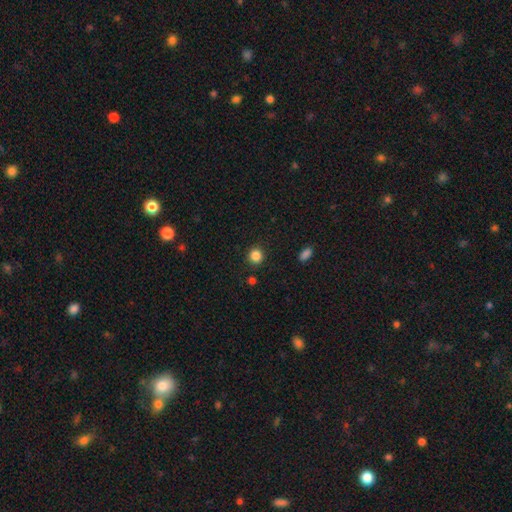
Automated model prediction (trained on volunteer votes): Smooth or featured?
  - smooth: 85% *
  - star or artifact: 11%
  - featured or disk: 4%
How rounded?
  - round: 91% *
  - in between: 8%
  - cigar-shaped: 1%
Merging?
  - none: 90% *
  - minor disturbance: 6%
  - major disturbance: 2%
  - merger: 2%